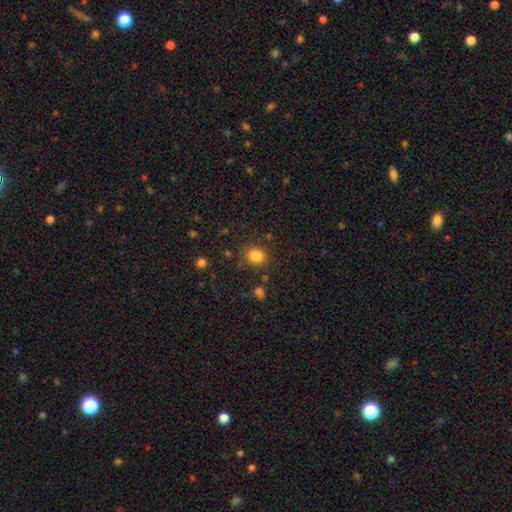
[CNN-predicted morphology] Smooth or featured? smooth (84%)
How rounded? round (55%)
Merging? none (80%)